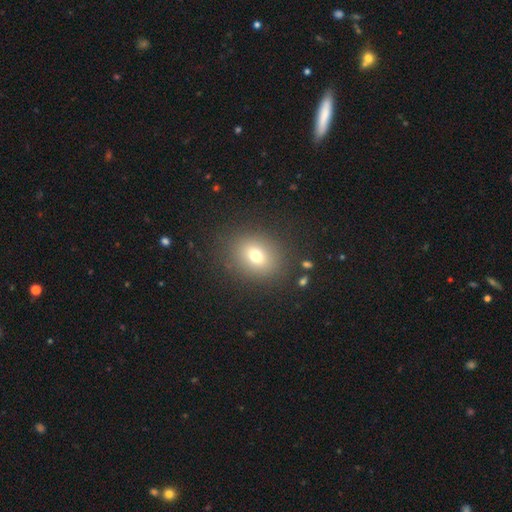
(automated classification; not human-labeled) Smooth or featured: smooth — 71% (star or artifact — 16%)
How rounded: round — 60% (in between — 39%)
Merging: none — 85% (minor disturbance — 9%)